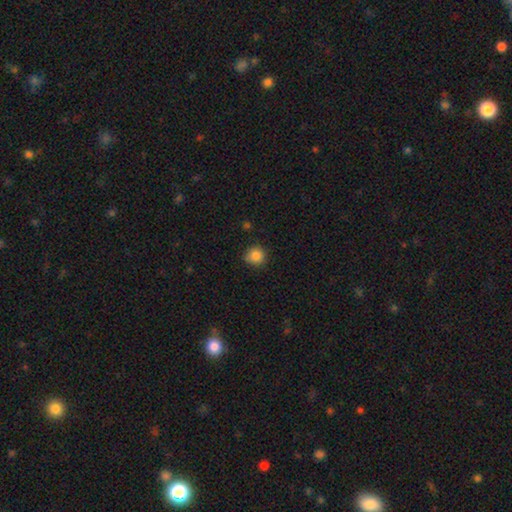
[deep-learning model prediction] Morphology: type=smooth (85%); roundness=round (91%); merging=none (80%).